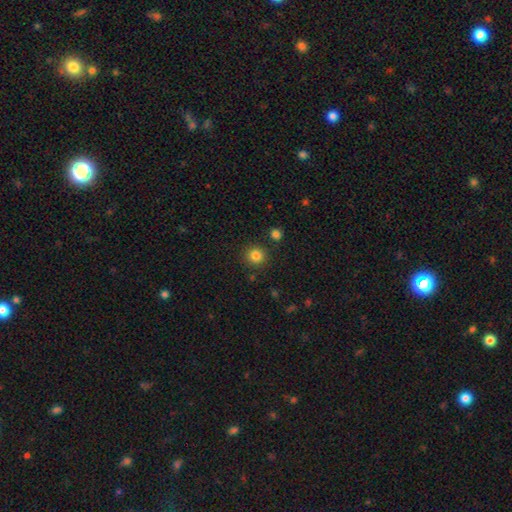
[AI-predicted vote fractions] Overall: smooth (84%). How rounded: round (92%). Merging: none (88%).